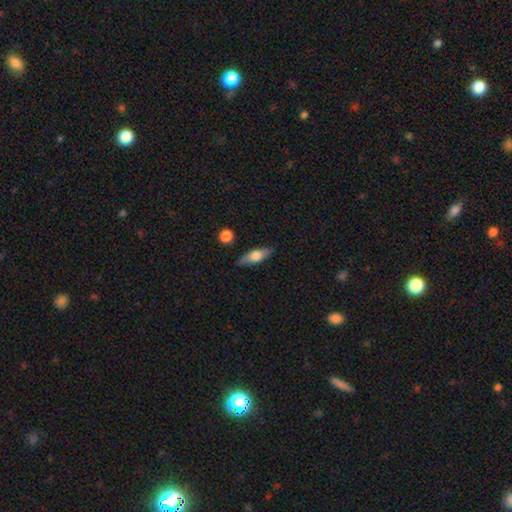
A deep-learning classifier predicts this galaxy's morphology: This is possibly a smooth galaxy (55%). How rounded: possibly in between (57%). Merging: clearly none (83%).